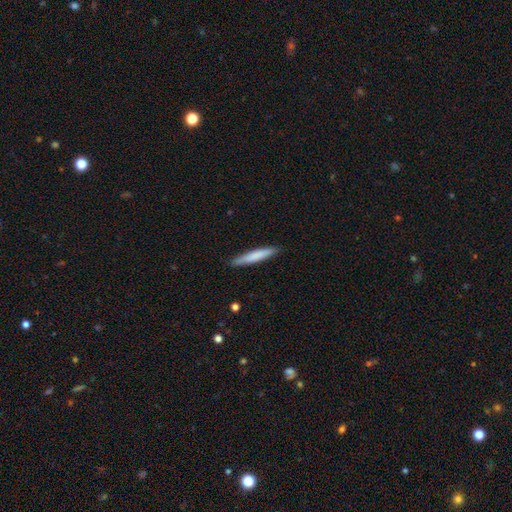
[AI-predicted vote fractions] Smooth or featured? Predicted: smooth (p=0.76). How rounded? Predicted: cigar-shaped (p=0.93). Merging? Predicted: none (p=0.89).